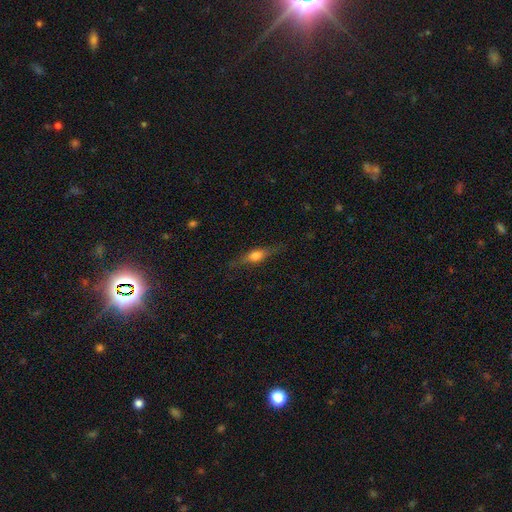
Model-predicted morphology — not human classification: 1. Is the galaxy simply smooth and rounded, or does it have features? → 48% smooth, 44% featured or disk, 8% star or artifact.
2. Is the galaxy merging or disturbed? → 76% none, 17% minor disturbance, 6% major disturbance, 1% merger.